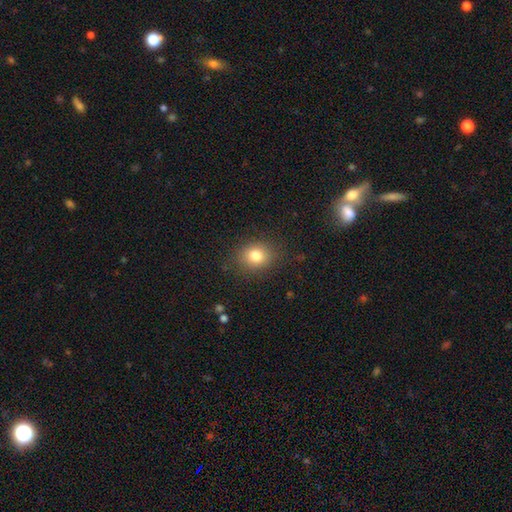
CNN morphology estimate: Q: Smooth or featured?
A: smooth (80%); runner-up: star or artifact (12%)
Q: How rounded?
A: round (69%); runner-up: in between (30%)
Q: Merging?
A: none (86%); runner-up: minor disturbance (10%)